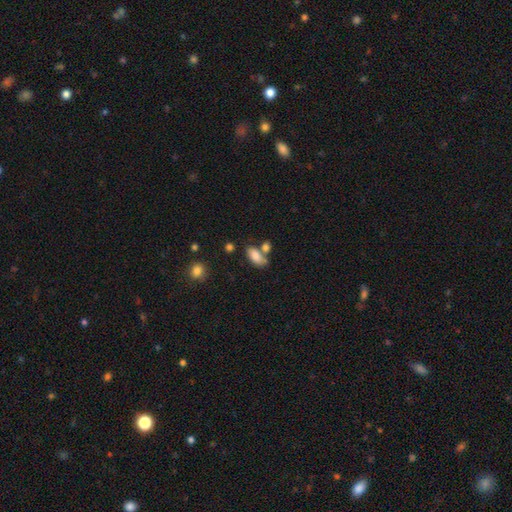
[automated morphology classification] This is clearly a smooth galaxy (81%). How rounded: clearly in between (89%). Merging: possibly none (46%).